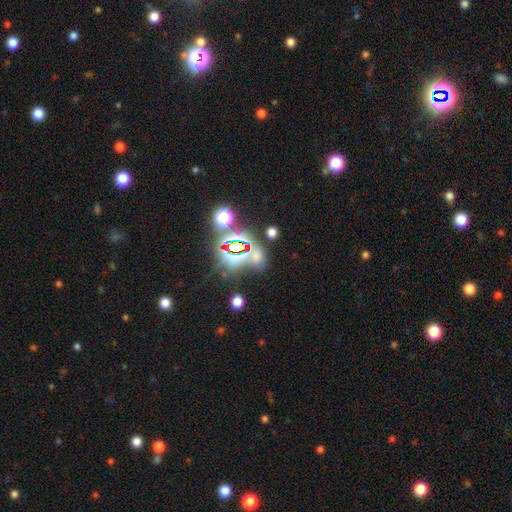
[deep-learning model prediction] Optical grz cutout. It shows a star or artifact, not a galaxy (55%).